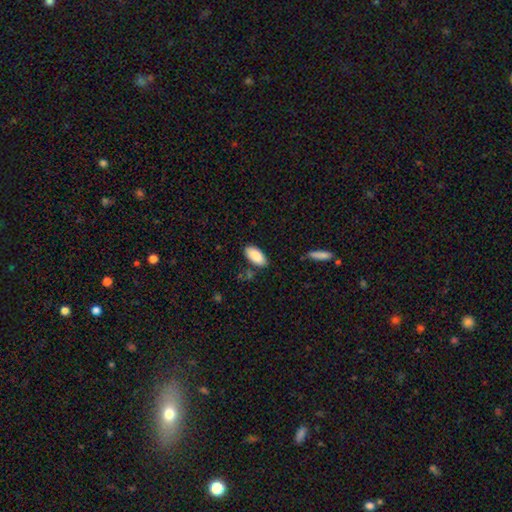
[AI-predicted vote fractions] smooth_or_featured: smooth (p=0.87) [alt: featured or disk p=0.07]
how_rounded: in between (p=0.93) [alt: cigar-shaped p=0.05]
merging: none (p=0.81) [alt: minor disturbance p=0.13]